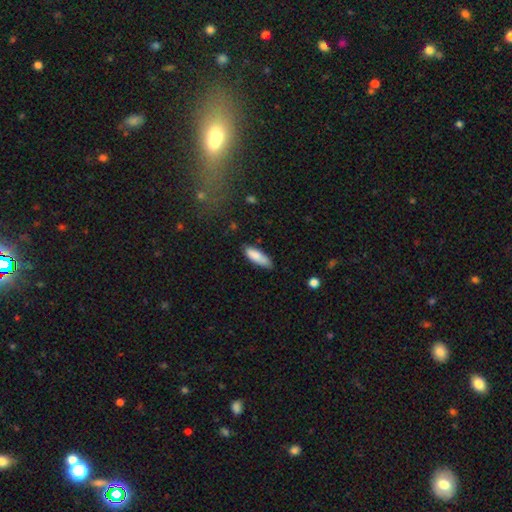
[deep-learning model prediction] smooth-or-featured: smooth: 85% | featured or disk: 9% | star or artifact: 6%
  how-rounded: in between: 59% | cigar-shaped: 39% | round: 2%
  merging: none: 72% | minor disturbance: 22% | major disturbance: 4% | merger: 2%